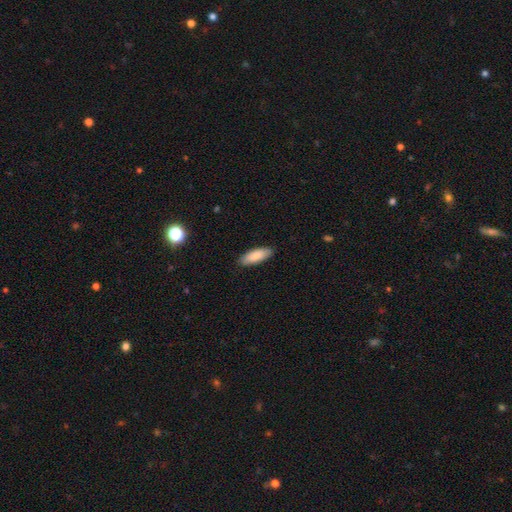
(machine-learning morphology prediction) smooth_or_featured: smooth (p=0.86) [alt: featured or disk p=0.08]
how_rounded: in between (p=0.66) [alt: cigar-shaped p=0.32]
merging: none (p=0.87) [alt: minor disturbance p=0.10]